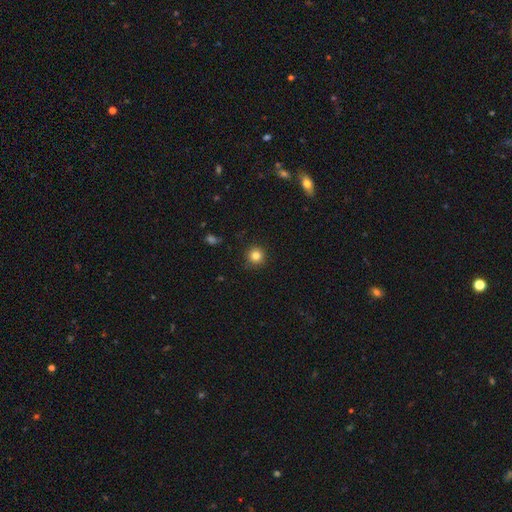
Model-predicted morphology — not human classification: Smooth or featured: smooth — 83% (star or artifact — 12%)
How rounded: round — 95% (in between — 4%)
Merging: none — 90% (minor disturbance — 7%)